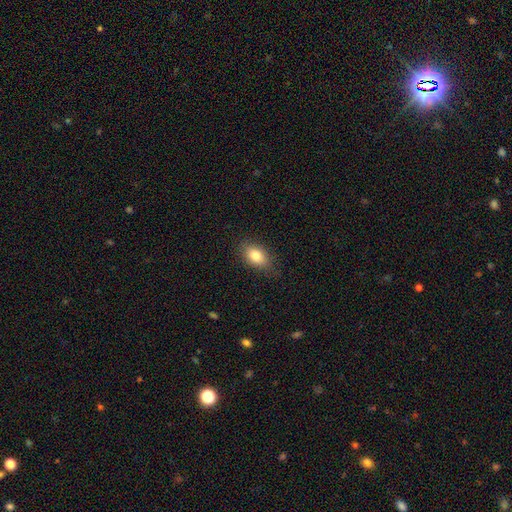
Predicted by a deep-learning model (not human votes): The model was most divided on "smooth or featured": smooth: 81%, featured or disk: 10%, star or artifact: 8%. More confident: how rounded — in between (86%); merging — none (84%).